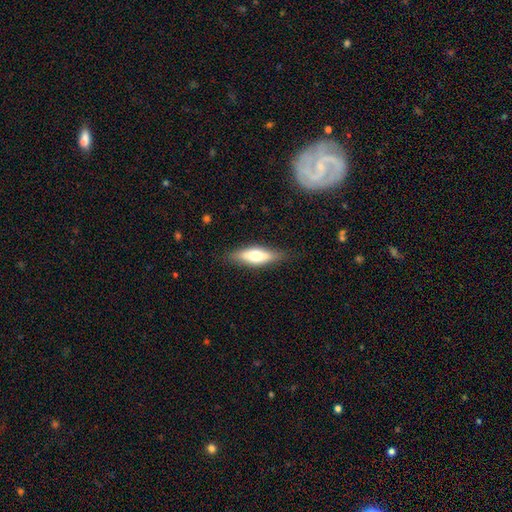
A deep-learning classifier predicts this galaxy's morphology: This appears to be a smooth galaxy with no disk features (60%) that is in between round and cigar-shaped (58%). Merging: none (83%).